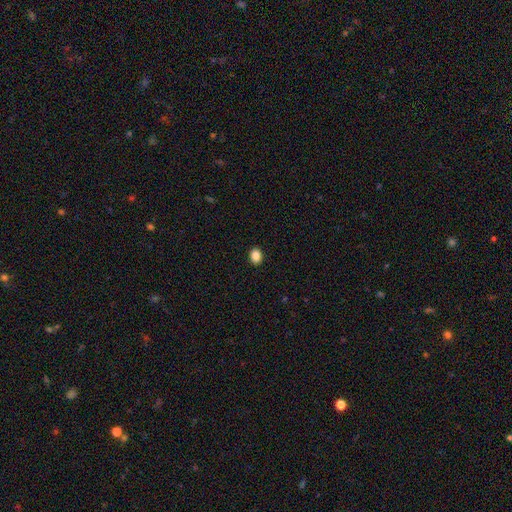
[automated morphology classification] This appears to be a smooth galaxy with no disk features (87%) that is in between round and cigar-shaped (63%). Merging: none (92%).